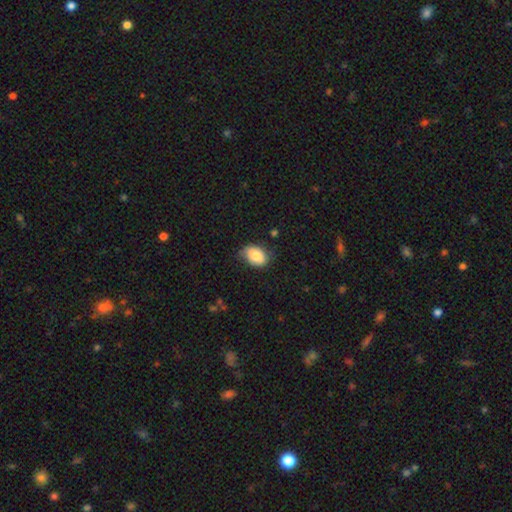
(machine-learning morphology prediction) type=smooth (79%); roundness=in between (80%); merging=none (64%).